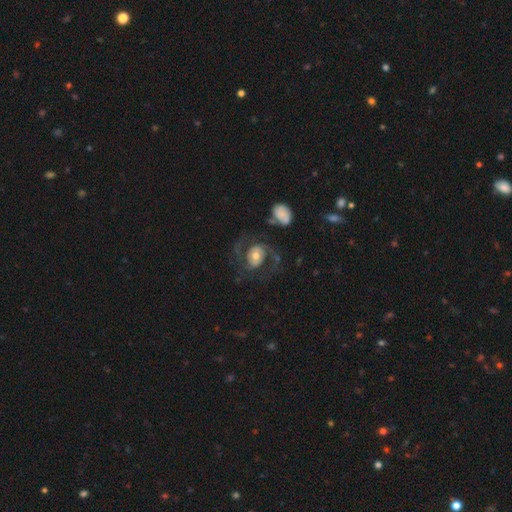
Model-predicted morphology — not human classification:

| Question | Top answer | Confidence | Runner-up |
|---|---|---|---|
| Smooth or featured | featured or disk | 72% | smooth (22%) |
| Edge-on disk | no | 97% | yes (3%) |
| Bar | no | 63% | weak (25%) |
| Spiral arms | yes | 82% | no (18%) |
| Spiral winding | medium | 46% | loose (36%) |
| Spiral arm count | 2 | 83% | can't tell (6%) |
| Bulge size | moderate | 63% | small (20%) |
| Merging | none | 56% | major disturbance (26%) |